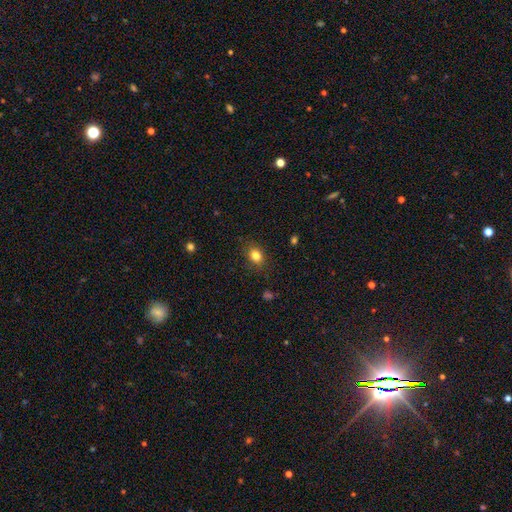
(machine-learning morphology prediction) smooth 83%, star or artifact 11%, featured or disk 7%. Down the decision tree: how rounded — in between (65%); merging — none (85%).